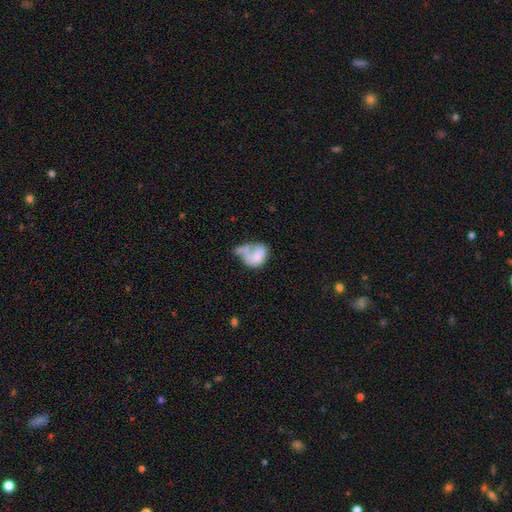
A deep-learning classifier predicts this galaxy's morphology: Smooth or featured?
  - smooth: 58% *
  - featured or disk: 34%
  - star or artifact: 8%
How rounded?
  - in between: 68% *
  - round: 31%
  - cigar-shaped: 1%
Merging?
  - merger: 43% *
  - major disturbance: 24%
  - none: 17%
  - minor disturbance: 16%